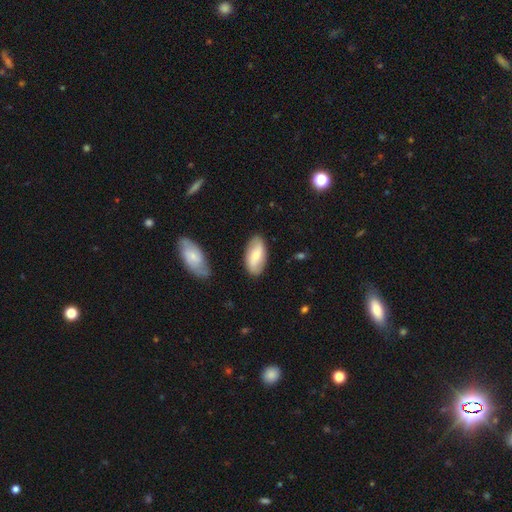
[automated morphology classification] Overall: smooth (57%; featured or disk 37%). How rounded: in between (91%). Merging: none (81%).